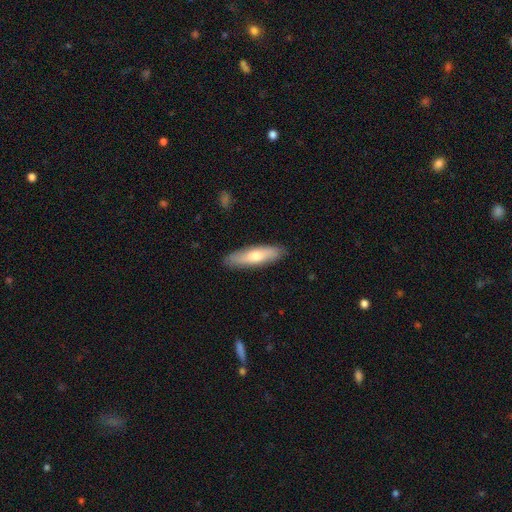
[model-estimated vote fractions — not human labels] A smooth galaxy with no disk features (62%) that is cigar-shaped (70%). Merging: none (89%).